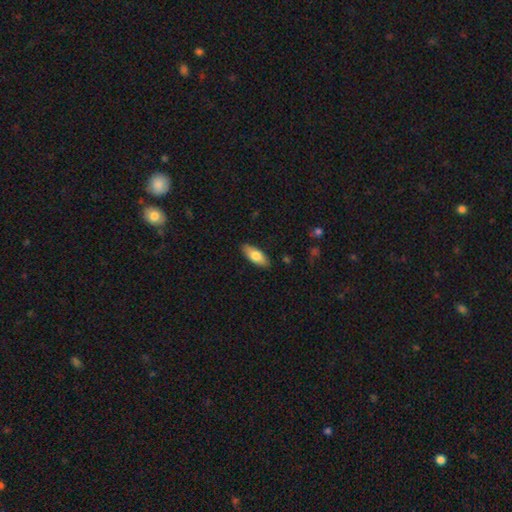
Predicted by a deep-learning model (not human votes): Smooth or featured: smooth — 75% (featured or disk — 19%)
How rounded: in between — 81% (cigar-shaped — 17%)
Merging: none — 88% (minor disturbance — 9%)